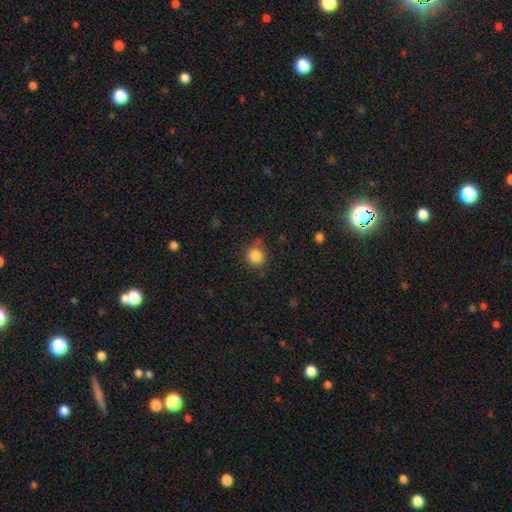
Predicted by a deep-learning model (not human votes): A smooth galaxy with no disk features (85%) that is round (87%).

Vote fractions:
- Smooth or featured? smooth: 85% / star or artifact: 11% / featured or disk: 4%
- How rounded? round: 87% / in between: 12% / cigar-shaped: 1%
- Merging? none: 74% / minor disturbance: 19% / major disturbance: 5% / merger: 2%